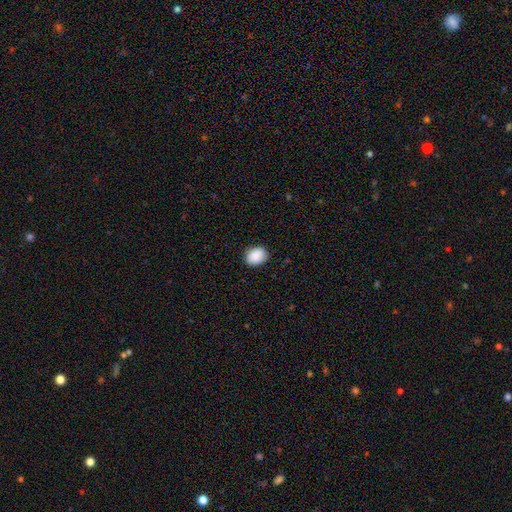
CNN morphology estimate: smooth 89%, star or artifact 7%, featured or disk 3%. Down the decision tree: how rounded — in between (54%); merging — none (85%).